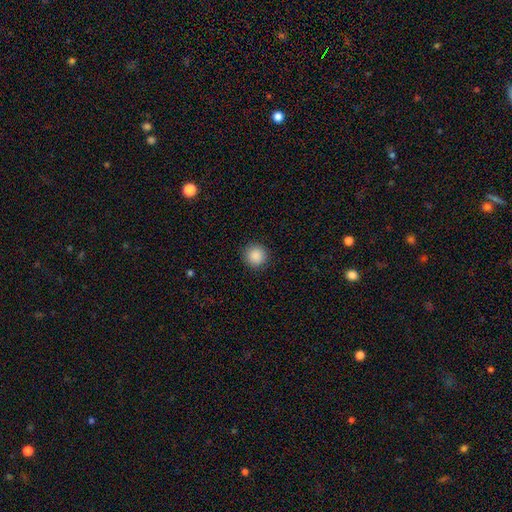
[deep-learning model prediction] Smooth or featured?
  - smooth: 88% *
  - star or artifact: 9%
  - featured or disk: 3%
How rounded?
  - round: 94% *
  - in between: 5%
  - cigar-shaped: 1%
Merging?
  - none: 92% *
  - minor disturbance: 6%
  - major disturbance: 2%
  - merger: 1%